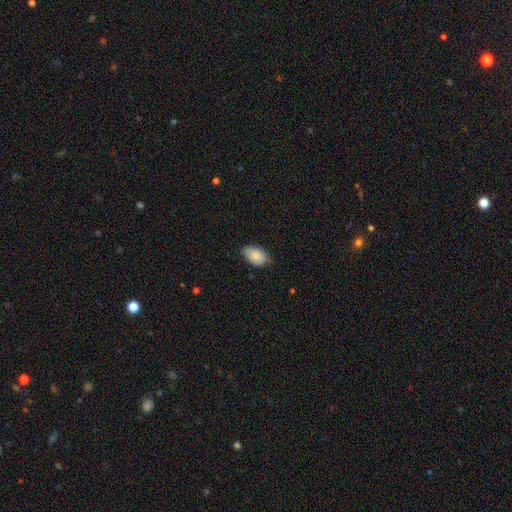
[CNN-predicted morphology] Smooth or featured: smooth — 85% (featured or disk — 8%)
How rounded: in between — 90% (round — 9%)
Merging: none — 70% (minor disturbance — 25%)